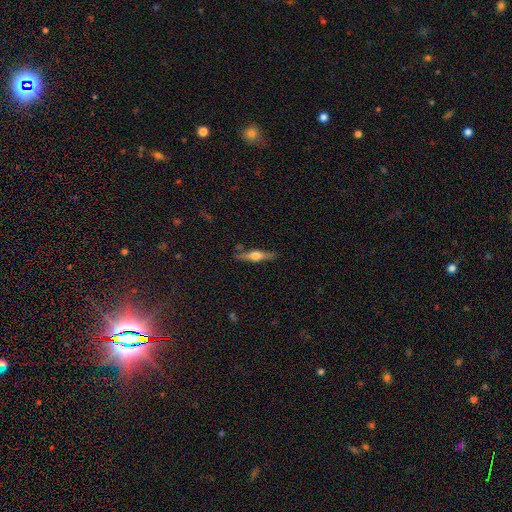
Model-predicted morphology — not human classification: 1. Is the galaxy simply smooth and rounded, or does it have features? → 65% featured or disk, 29% smooth, 6% star or artifact.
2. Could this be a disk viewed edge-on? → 96% yes, 4% no.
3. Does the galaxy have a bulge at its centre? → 91% rounded, 6% boxy, 3% none.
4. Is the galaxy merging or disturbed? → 84% none, 11% minor disturbance, 3% major disturbance, 2% merger.